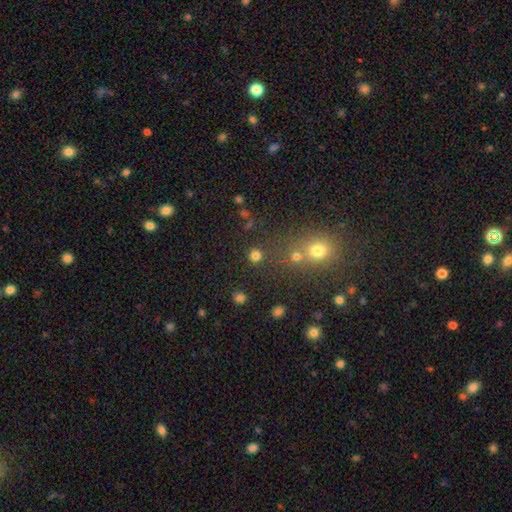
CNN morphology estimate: This is likely a smooth galaxy (77%). How rounded: clearly round (92%). Merging: clearly none (81%).